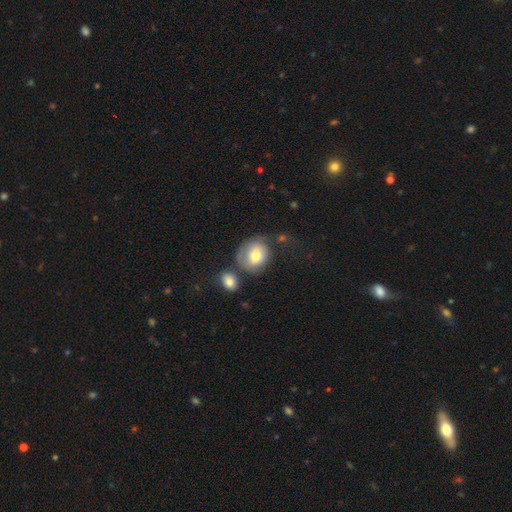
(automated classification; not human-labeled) smooth-or-featured: smooth: 72% | featured or disk: 21% | star or artifact: 7%
  how-rounded: round: 70% | in between: 29% | cigar-shaped: 1%
  merging: none: 44% | minor disturbance: 24% | merger: 17% | major disturbance: 15%